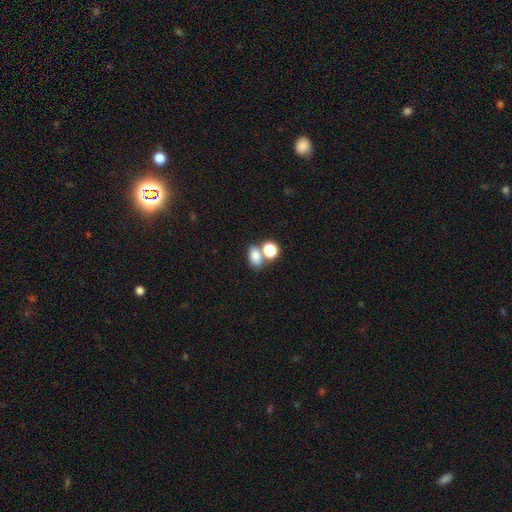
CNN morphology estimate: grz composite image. It shows a smooth galaxy with no disk features (79%) that is in between round and cigar-shaped (76%). Merging: none (45%).